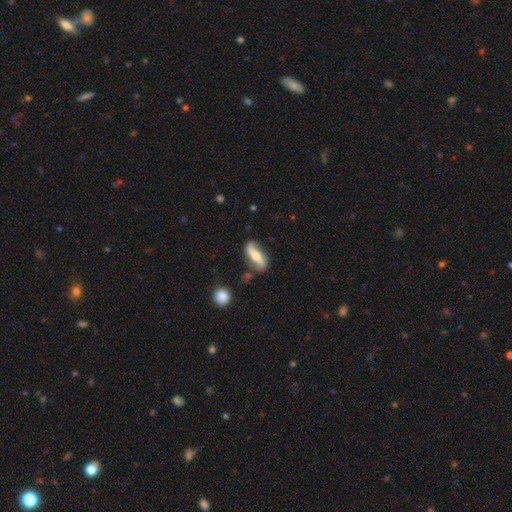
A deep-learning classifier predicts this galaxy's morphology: Overall: featured or disk (73%). Edge-on disk: no (78%). Bar: strong (42%; no 33%). Spiral arms: yes (87%). Bulge size: moderate (62%; small 24%). Merging: none (72%).